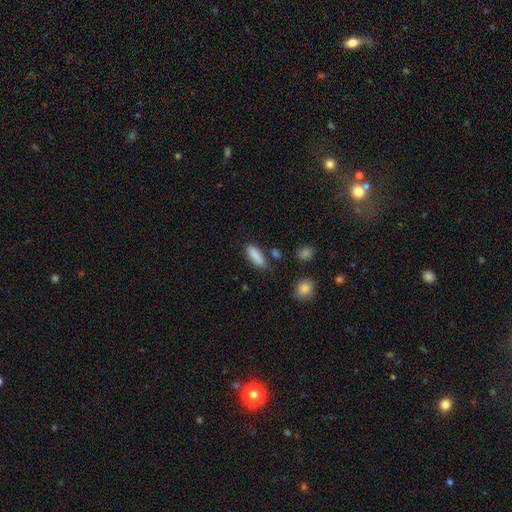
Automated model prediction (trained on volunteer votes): Smooth or featured? Predicted: smooth (p=0.87). How rounded? Predicted: in between (p=0.62). Merging? Predicted: none (p=0.79).